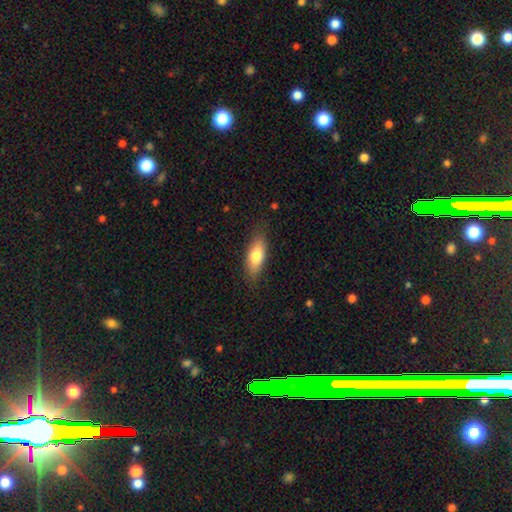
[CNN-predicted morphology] The model was most divided on "how rounded": in between: 71%, cigar-shaped: 26%, round: 3%. More confident: merging — none (83%); smooth or featured — smooth (74%).